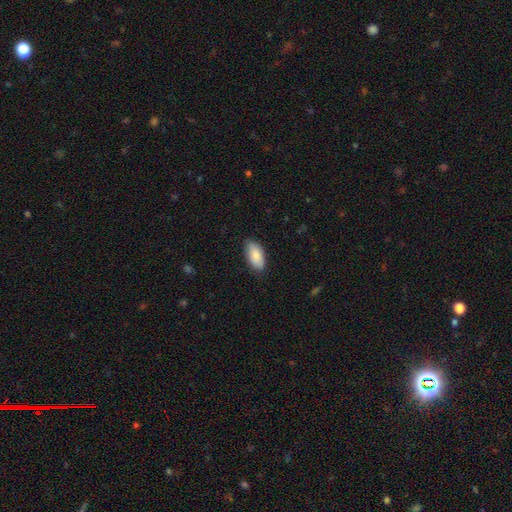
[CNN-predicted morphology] Smooth or featured? smooth (85%)
How rounded? in between (93%)
Merging? none (83%)